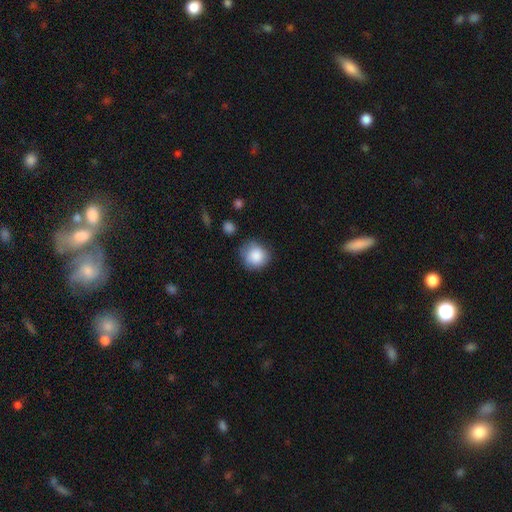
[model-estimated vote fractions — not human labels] Smooth or featured: smooth — 86% (star or artifact — 8%)
How rounded: round — 86% (in between — 13%)
Merging: none — 69% (minor disturbance — 23%)